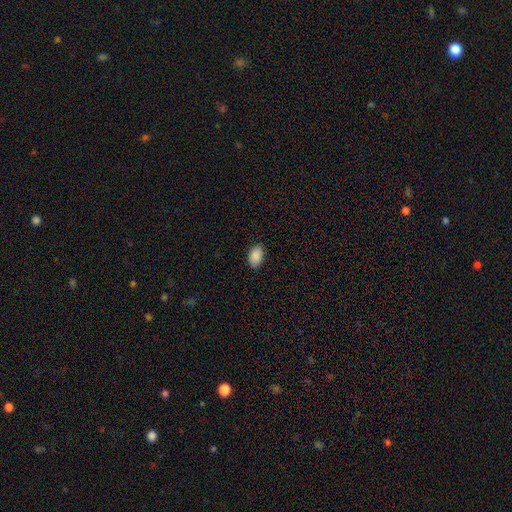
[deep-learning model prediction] Morphology: type=smooth (89%); roundness=in between (91%); merging=none (85%).